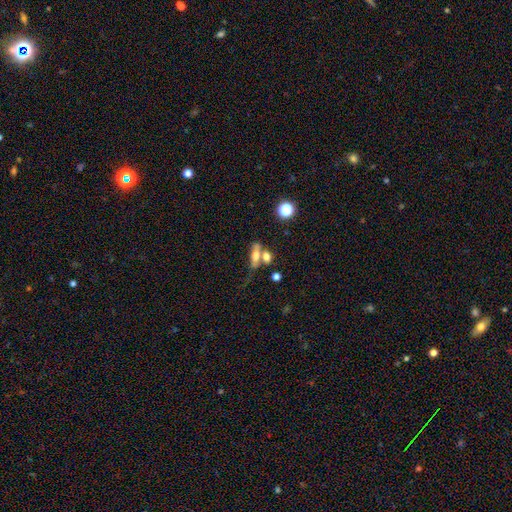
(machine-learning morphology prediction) A smooth galaxy with no disk features (58%) that is in between round and cigar-shaped (58%). Merging: merger (42%).